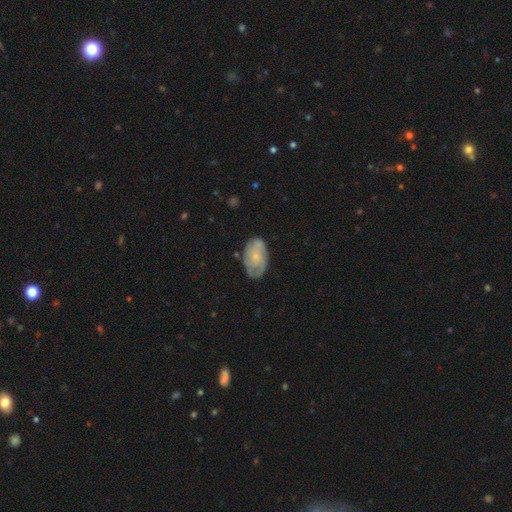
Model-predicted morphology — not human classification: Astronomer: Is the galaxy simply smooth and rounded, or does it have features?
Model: featured or disk — 53% (runner-up: smooth, 41%).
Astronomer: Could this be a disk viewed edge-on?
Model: no — 96%.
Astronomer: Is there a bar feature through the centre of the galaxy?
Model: no — 81%.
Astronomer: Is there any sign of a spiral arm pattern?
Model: yes — 73%.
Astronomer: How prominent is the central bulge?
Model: small — 63%.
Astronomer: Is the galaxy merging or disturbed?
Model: none — 66%.